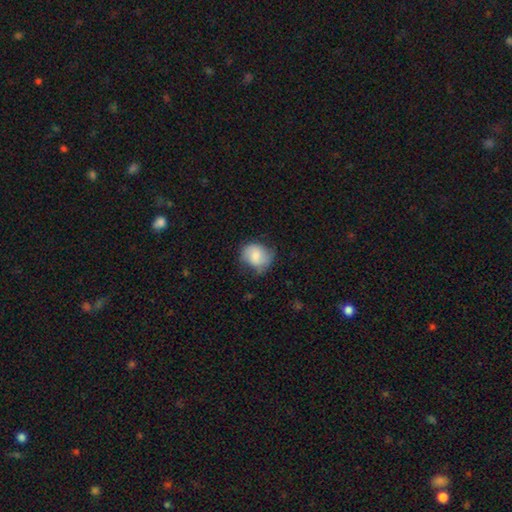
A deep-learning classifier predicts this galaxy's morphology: Overall: smooth (69%). How rounded: round (64%; in between 35%). Merging: none (60%; minor disturbance 30%).